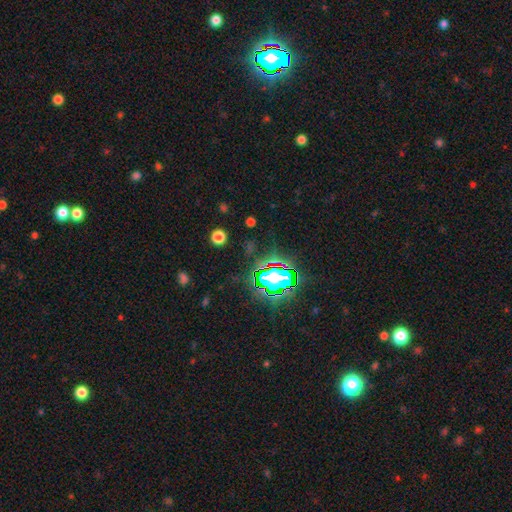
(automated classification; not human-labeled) star or artifact 81%, smooth 12%, featured or disk 7%.